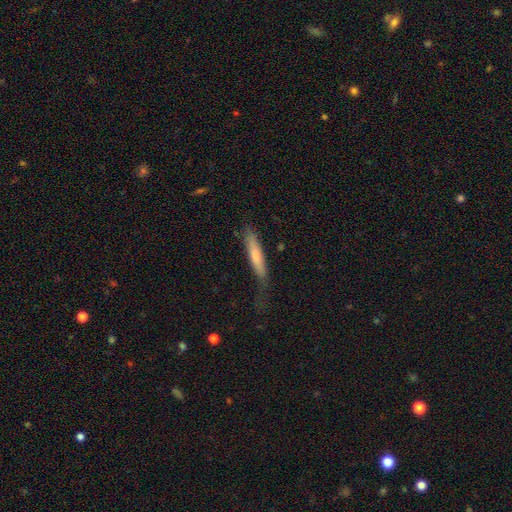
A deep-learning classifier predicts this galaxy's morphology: Smooth or featured? smooth (69%)
How rounded? cigar-shaped (90%)
Merging? none (60%)